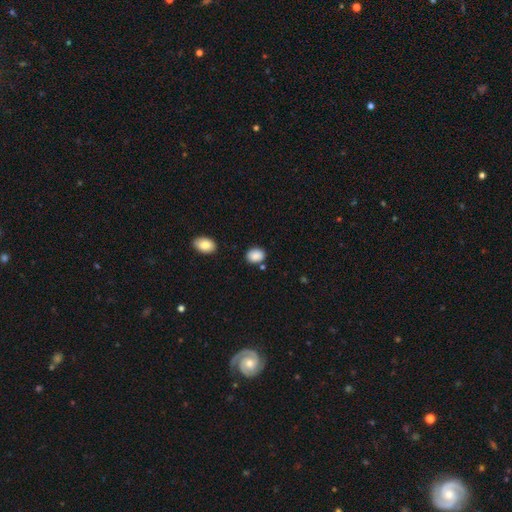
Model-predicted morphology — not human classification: A smooth galaxy with no disk features (88%) that is in between round and cigar-shaped (58%). Merging: none (81%).